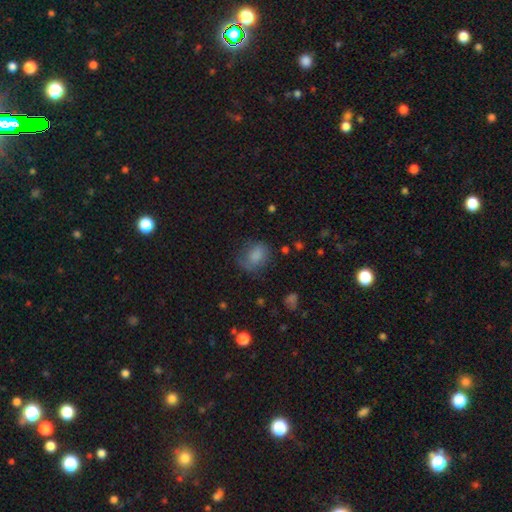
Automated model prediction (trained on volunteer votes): smooth-or-featured: smooth: 77% | featured or disk: 12% | star or artifact: 11%
  how-rounded: in between: 56% | round: 42% | cigar-shaped: 1%
  merging: none: 55% | minor disturbance: 27% | major disturbance: 16% | merger: 2%